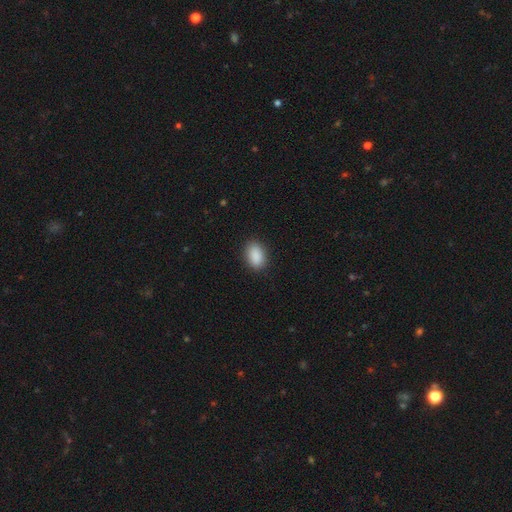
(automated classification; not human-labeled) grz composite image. It shows a smooth galaxy with no disk features (90%) that is in between round and cigar-shaped (88%). Merging: none (88%).